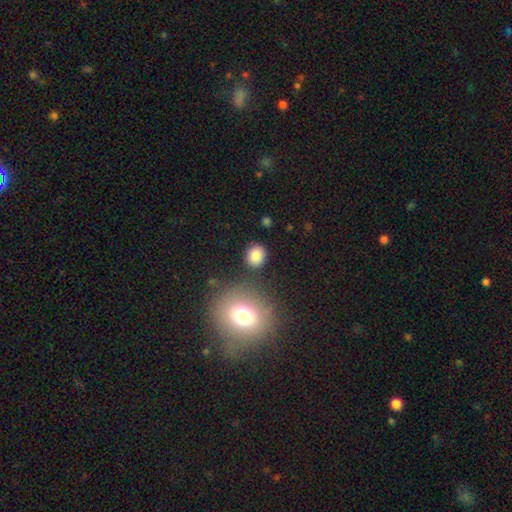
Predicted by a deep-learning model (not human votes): The model was most divided on "how rounded": round: 73%, in between: 26%, cigar-shaped: 1%. More confident: smooth or featured — smooth (85%); merging — none (83%).